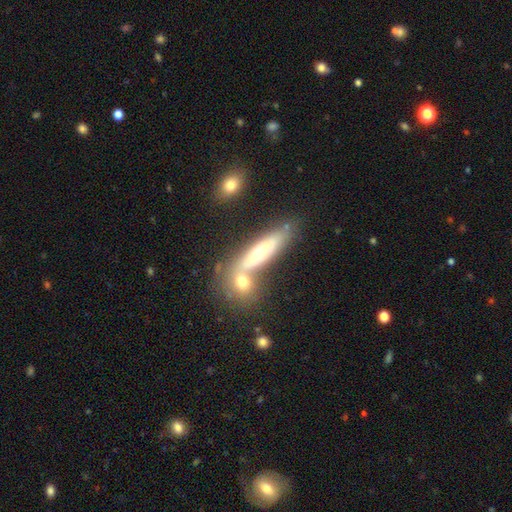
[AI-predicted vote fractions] Smooth or featured?
  - featured or disk: 50% *
  - smooth: 41%
  - star or artifact: 10%
Merging?
  - none: 50% *
  - merger: 35%
  - minor disturbance: 10%
  - major disturbance: 4%